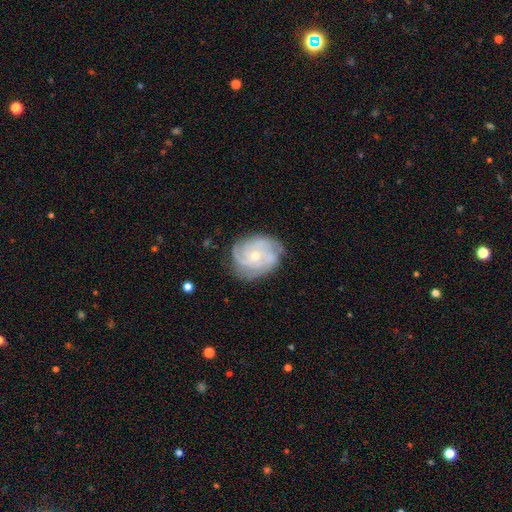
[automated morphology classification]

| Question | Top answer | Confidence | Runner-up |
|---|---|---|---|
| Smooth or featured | featured or disk | 84% | smooth (10%) |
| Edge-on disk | no | 98% | yes (2%) |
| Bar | no | 72% | weak (24%) |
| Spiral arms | yes | 96% | no (4%) |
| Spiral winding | tight | 63% | medium (31%) |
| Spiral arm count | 3 | 42% | can't tell (19%) |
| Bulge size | small | 55% | moderate (42%) |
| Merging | none | 75% | minor disturbance (18%) |